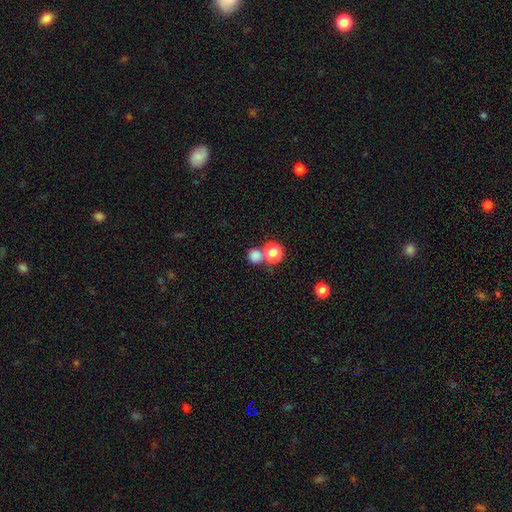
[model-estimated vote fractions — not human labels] The model was most divided on "merging": none: 54%, merger: 35%, minor disturbance: 7%, major disturbance: 3%. More confident: how rounded — round (86%); smooth or featured — smooth (80%).